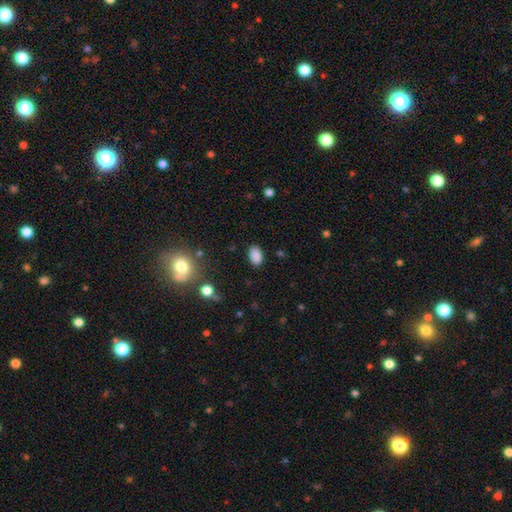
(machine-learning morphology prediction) Smooth or featured?
  - smooth: 86% *
  - star or artifact: 10%
  - featured or disk: 4%
How rounded?
  - in between: 89% *
  - round: 9%
  - cigar-shaped: 1%
Merging?
  - none: 86% *
  - minor disturbance: 10%
  - major disturbance: 3%
  - merger: 1%